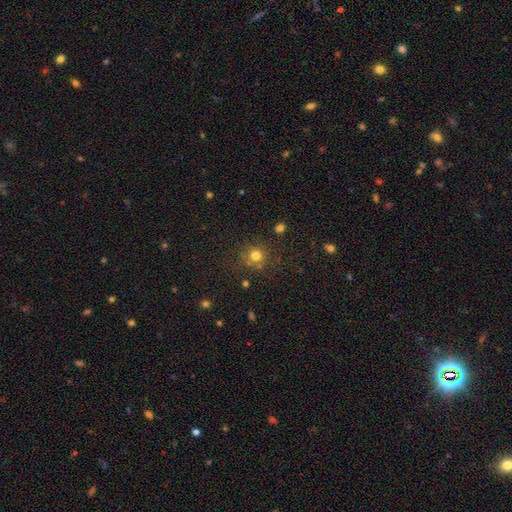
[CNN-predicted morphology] smooth 75%, star or artifact 18%, featured or disk 7%. Down the decision tree: how rounded — round (92%); merging — none (78%).